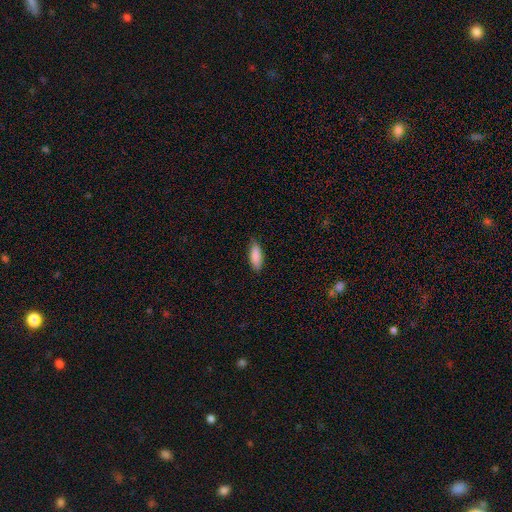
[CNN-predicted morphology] Smooth or featured?
  - smooth: 89% *
  - featured or disk: 6%
  - star or artifact: 6%
How rounded?
  - in between: 66% *
  - cigar-shaped: 32%
  - round: 2%
Merging?
  - none: 85% *
  - minor disturbance: 12%
  - major disturbance: 2%
  - merger: 1%